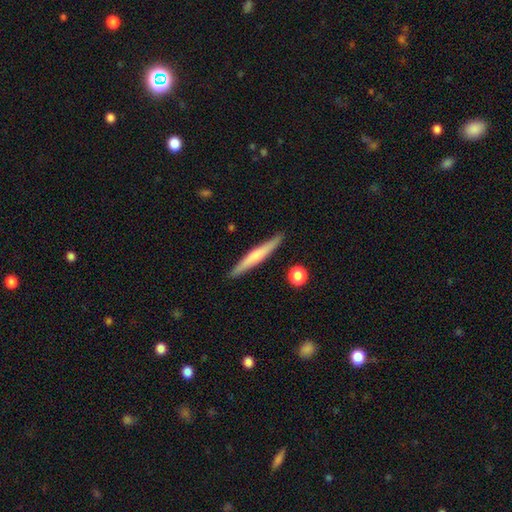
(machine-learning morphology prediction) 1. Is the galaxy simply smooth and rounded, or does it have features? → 51% smooth, 44% featured or disk, 6% star or artifact.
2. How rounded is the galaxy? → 95% cigar-shaped, 4% in between, 1% round.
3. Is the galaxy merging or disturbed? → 89% none, 7% minor disturbance, 2% merger, 2% major disturbance.